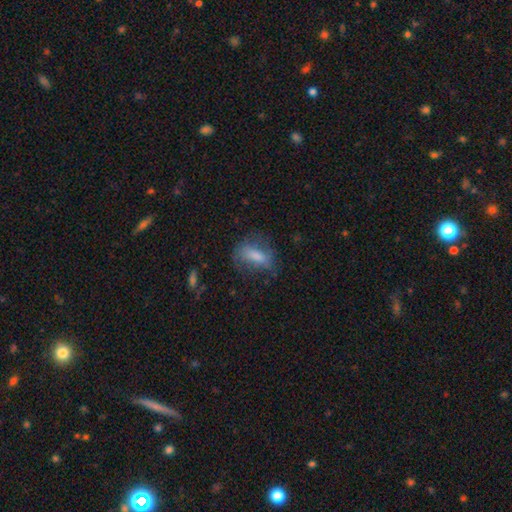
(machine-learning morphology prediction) type=smooth (65%); roundness=in between (78%); merging=none (54%).